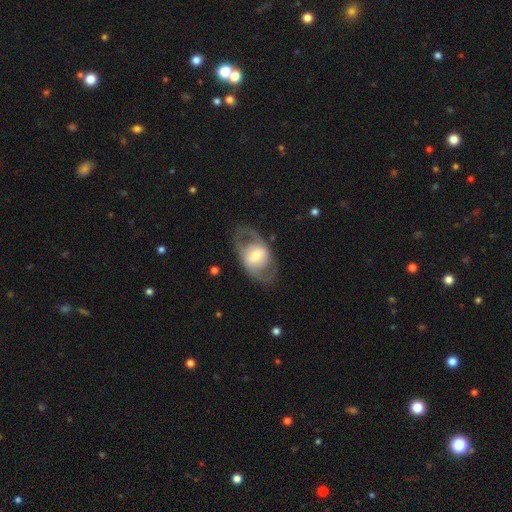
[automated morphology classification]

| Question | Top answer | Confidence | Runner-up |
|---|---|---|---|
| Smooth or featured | featured or disk | 64% | smooth (30%) |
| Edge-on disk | no | 91% | yes (9%) |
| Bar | weak | 37% | no (32%) |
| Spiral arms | no | 50% | tied: yes (50%) |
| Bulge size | moderate | 50% | small (24%) |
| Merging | none | 73% | minor disturbance (14%) |